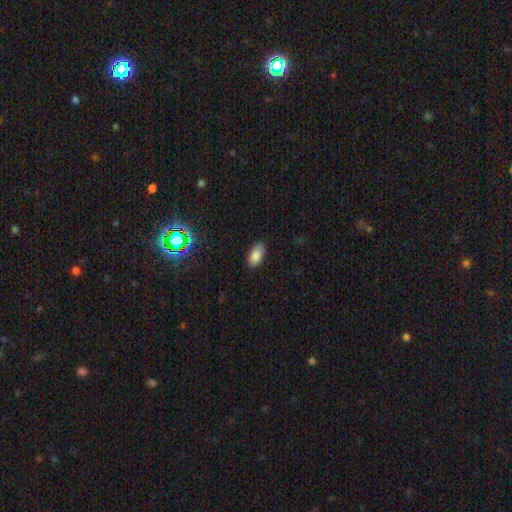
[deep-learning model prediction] Smooth or featured? smooth (85%)
How rounded? in between (93%)
Merging? none (85%)